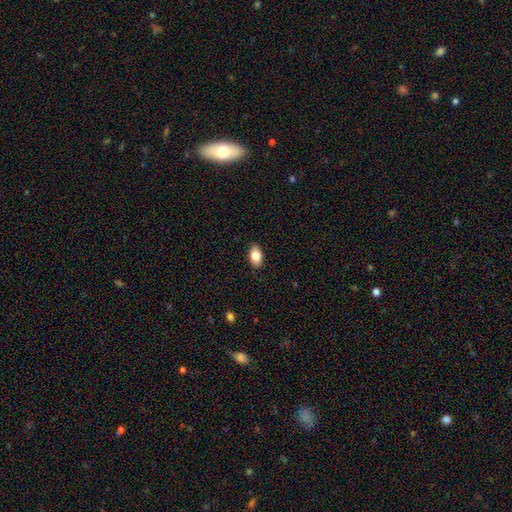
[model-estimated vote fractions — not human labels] Overall: smooth (83%). How rounded: in between (91%). Merging: none (88%).